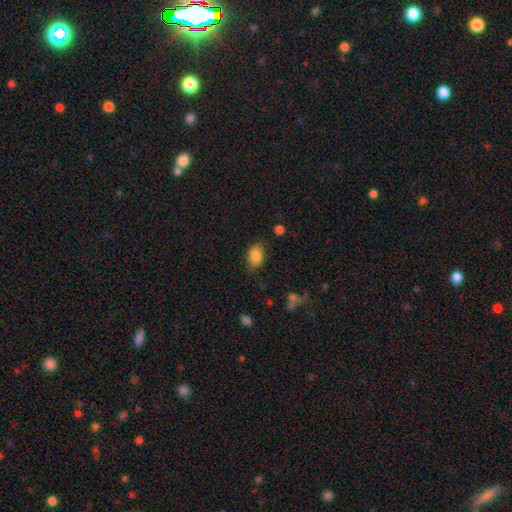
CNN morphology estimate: smooth-or-featured: smooth: 85% | star or artifact: 9% | featured or disk: 6%
  how-rounded: in between: 77% | round: 22% | cigar-shaped: 1%
  merging: none: 75% | minor disturbance: 19% | major disturbance: 4% | merger: 2%